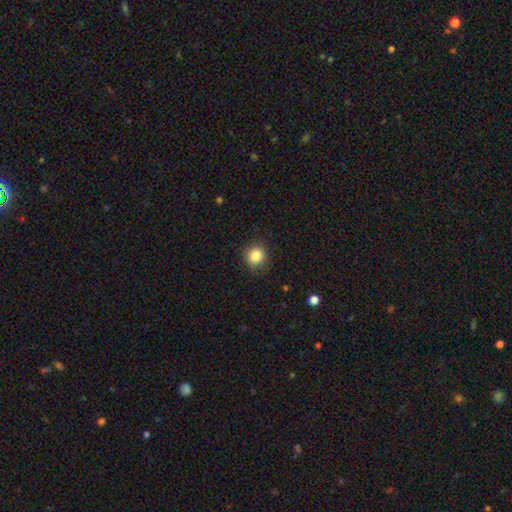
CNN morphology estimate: This is clearly a smooth galaxy (85%). How rounded: clearly round (88%). Merging: clearly none (87%).